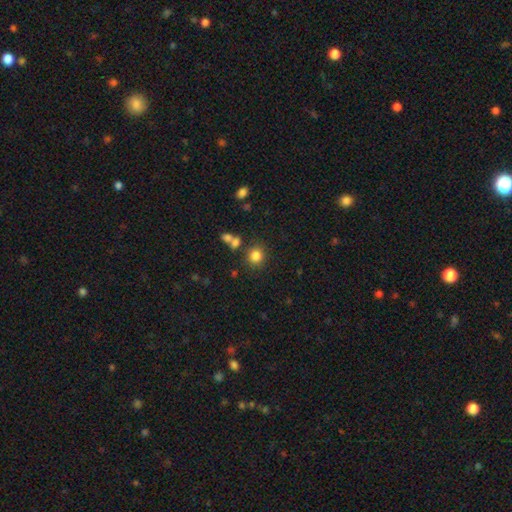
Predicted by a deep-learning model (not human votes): Smooth or featured? Predicted: smooth (p=0.82). How rounded? Predicted: round (p=0.87). Merging? Predicted: none (p=0.77).